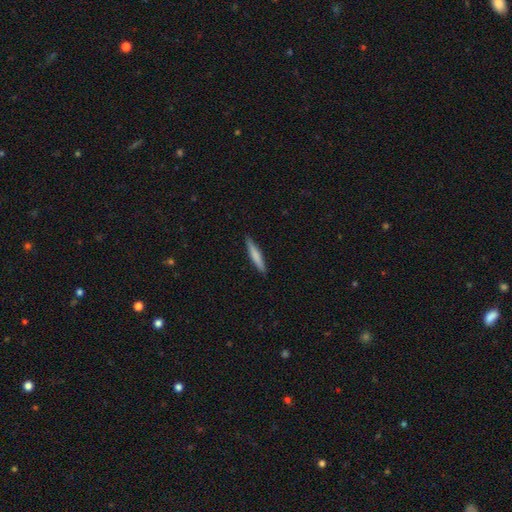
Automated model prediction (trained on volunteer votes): Q: Smooth or featured?
A: smooth (73%); runner-up: featured or disk (21%)
Q: How rounded?
A: cigar-shaped (93%); runner-up: in between (6%)
Q: Merging?
A: none (90%); runner-up: minor disturbance (7%)